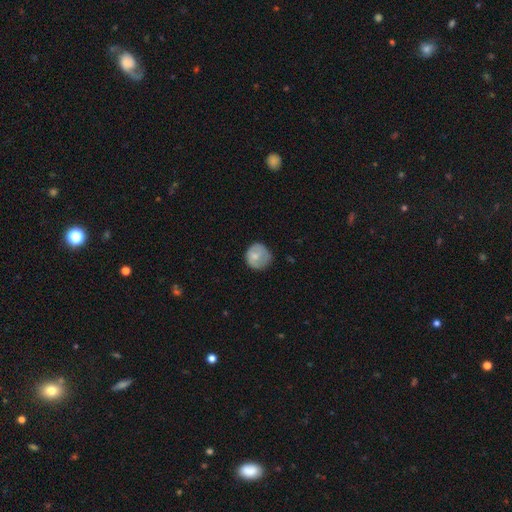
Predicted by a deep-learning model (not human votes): smooth 73%, featured or disk 20%, star or artifact 7%. Down the decision tree: how rounded — round (85%); merging — none (63%).